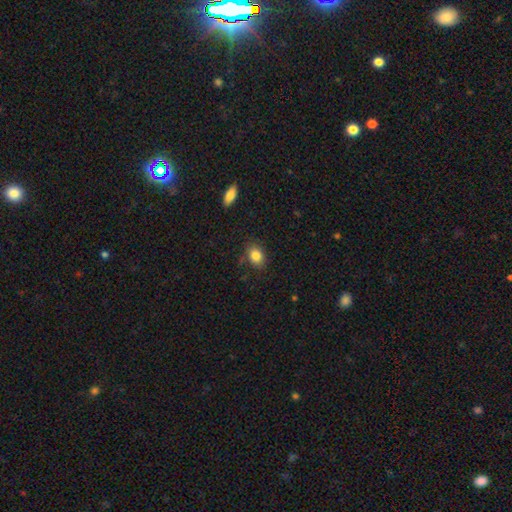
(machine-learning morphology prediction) smooth 85%, star or artifact 9%, featured or disk 7%. Down the decision tree: how rounded — in between (69%); merging — none (80%).